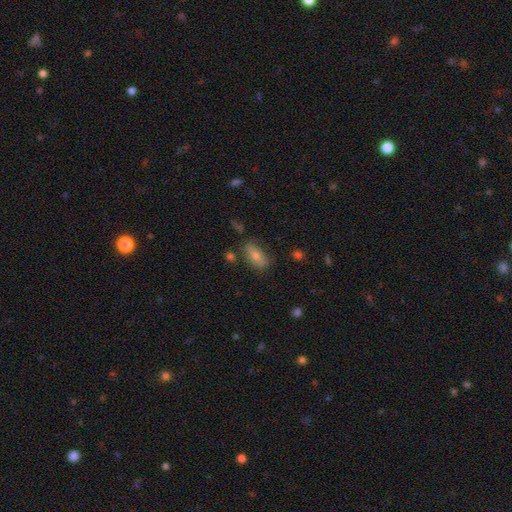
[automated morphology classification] Overall: smooth (61%; featured or disk 27%). How rounded: in between (83%). Merging: none (73%).